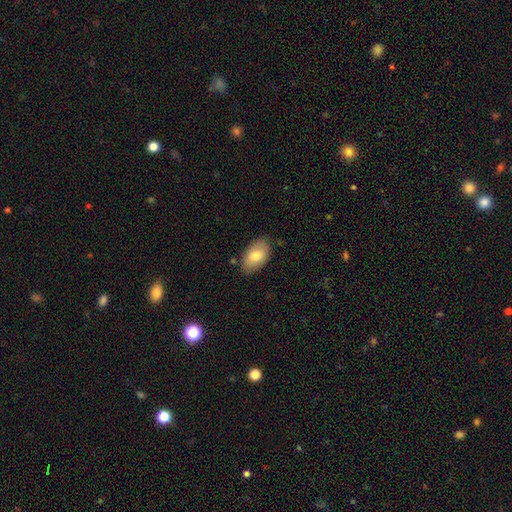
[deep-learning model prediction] Smooth or featured?
  - smooth: 76% *
  - featured or disk: 17%
  - star or artifact: 7%
How rounded?
  - in between: 93% *
  - round: 6%
  - cigar-shaped: 1%
Merging?
  - none: 81% *
  - minor disturbance: 15%
  - major disturbance: 3%
  - merger: 2%